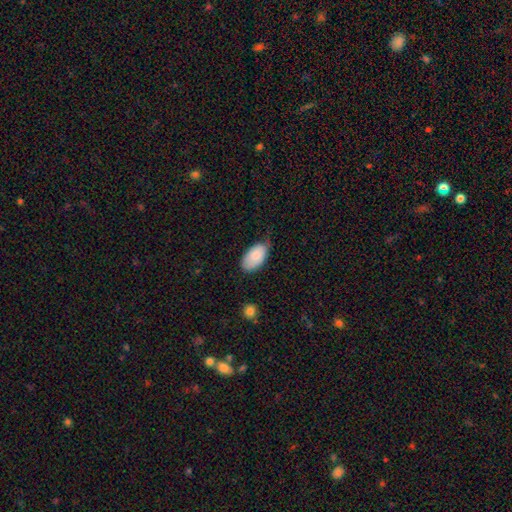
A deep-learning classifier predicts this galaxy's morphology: This appears to be a smooth galaxy with no disk features (82%) that is in between round and cigar-shaped (95%). Merging: none (48%).